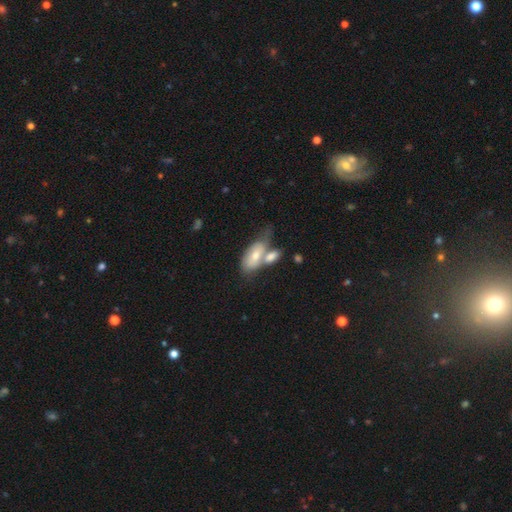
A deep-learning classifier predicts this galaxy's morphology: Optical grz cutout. It shows a smooth galaxy with no disk features (63%) that is in between round and cigar-shaped (87%). Merging: merger (53%).